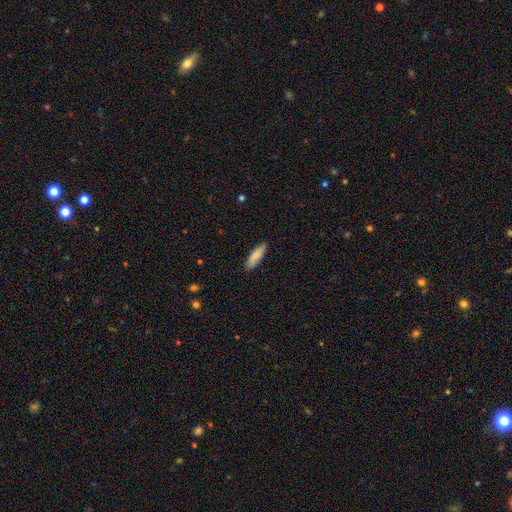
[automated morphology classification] Smooth or featured? Predicted: smooth (p=0.85). How rounded? Predicted: cigar-shaped (p=0.58). Merging? Predicted: none (p=0.87).